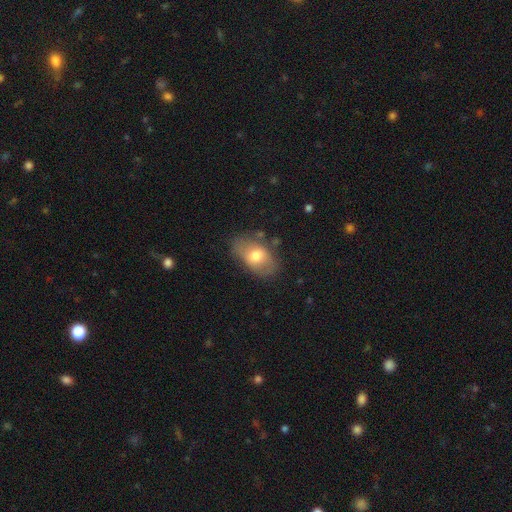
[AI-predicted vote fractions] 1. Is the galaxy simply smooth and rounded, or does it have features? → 66% smooth, 27% featured or disk, 7% star or artifact.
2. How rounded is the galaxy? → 88% in between, 11% round, 2% cigar-shaped.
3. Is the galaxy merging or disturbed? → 69% none, 22% minor disturbance, 7% major disturbance, 2% merger.